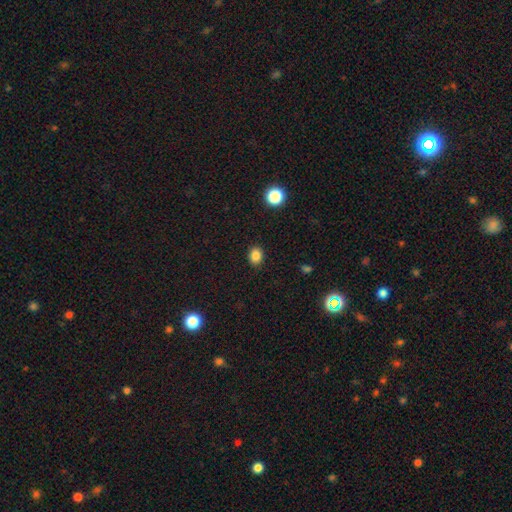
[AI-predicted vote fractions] smooth_or_featured: smooth (p=0.84) [alt: star or artifact p=0.11]
how_rounded: in between (p=0.52) [alt: round p=0.47]
merging: none (p=0.89) [alt: minor disturbance p=0.08]